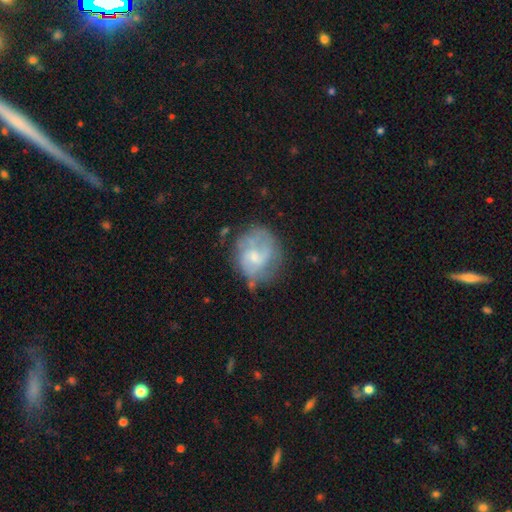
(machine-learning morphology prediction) This is likely a featured or disk galaxy (62%). It is clearly not viewed edge-on (98%). Bar: possibly no (54%). Spiral arm pattern: likely yes (75%). Central bulge: possibly small (51%). Merging: possibly none (55%).